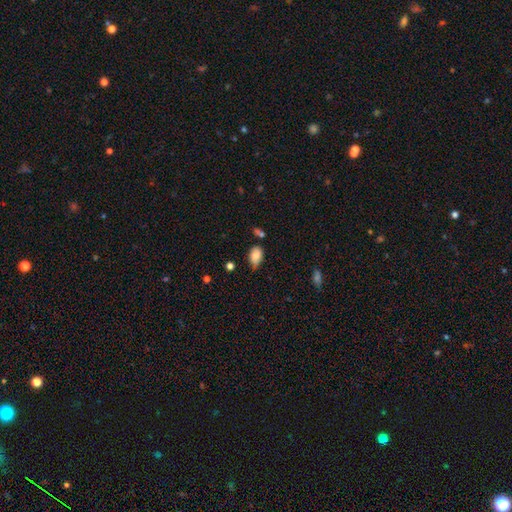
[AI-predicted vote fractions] smooth-or-featured: smooth: 81% | featured or disk: 11% | star or artifact: 9%
  how-rounded: in between: 89% | round: 9% | cigar-shaped: 2%
  merging: none: 53% | minor disturbance: 35% | major disturbance: 6% | merger: 5%